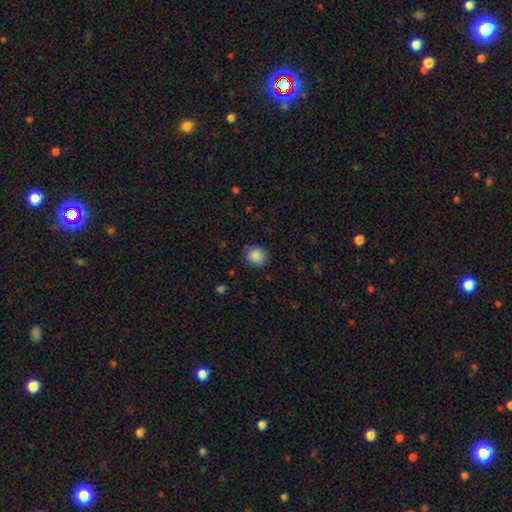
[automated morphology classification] Smooth or featured?
  - smooth: 88% *
  - star or artifact: 9%
  - featured or disk: 4%
How rounded?
  - round: 87% *
  - in between: 12%
  - cigar-shaped: 1%
Merging?
  - none: 85% *
  - minor disturbance: 11%
  - major disturbance: 3%
  - merger: 1%